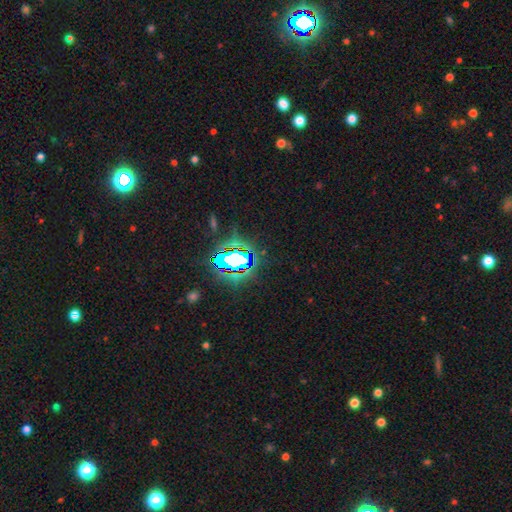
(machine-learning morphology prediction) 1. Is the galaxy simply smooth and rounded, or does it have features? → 79% star or artifact, 12% smooth, 9% featured or disk.